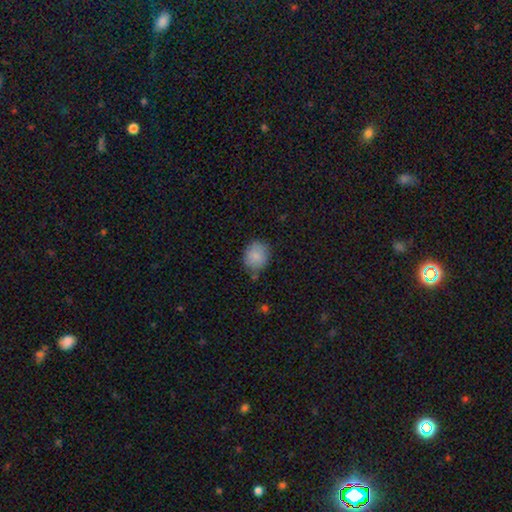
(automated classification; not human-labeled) A smooth galaxy with no disk features (85%) that is round (72%).

Vote fractions:
- Smooth or featured? smooth: 85% / star or artifact: 8% / featured or disk: 7%
- How rounded? round: 72% / in between: 27% / cigar-shaped: 1%
- Merging? none: 74% / minor disturbance: 19% / major disturbance: 4% / merger: 3%